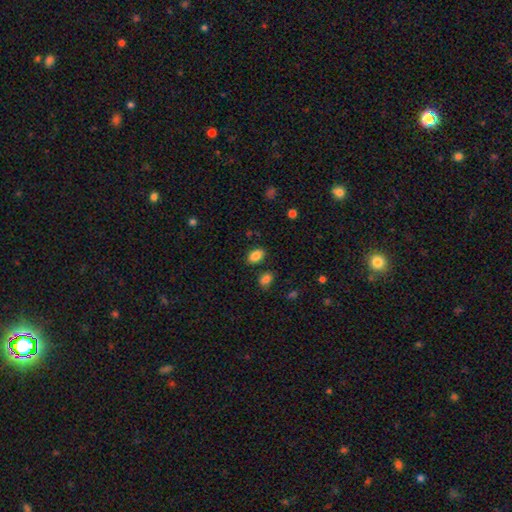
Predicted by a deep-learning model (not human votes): The model was most divided on "merging": none: 82%, minor disturbance: 11%, merger: 5%, major disturbance: 3%. More confident: smooth or featured — smooth (86%); how rounded — in between (85%).